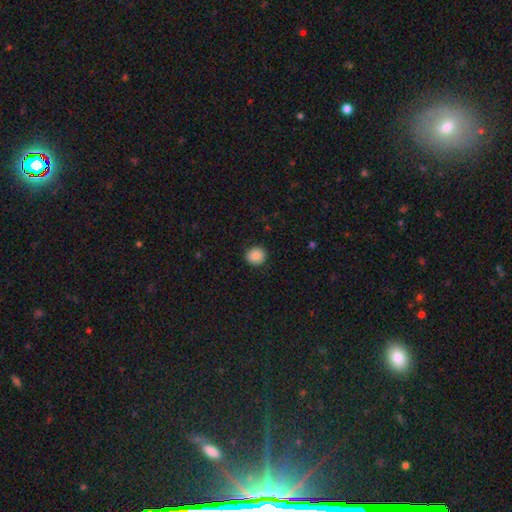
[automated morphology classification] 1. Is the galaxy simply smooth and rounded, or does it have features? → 86% smooth, 9% star or artifact, 5% featured or disk.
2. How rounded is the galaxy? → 87% round, 12% in between, 1% cigar-shaped.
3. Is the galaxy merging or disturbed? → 91% none, 7% minor disturbance, 2% major disturbance, 1% merger.